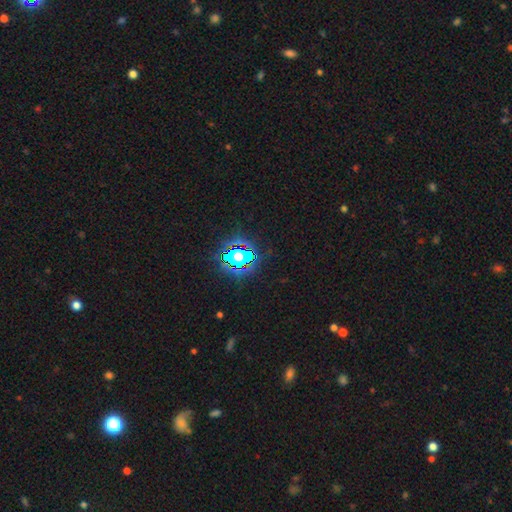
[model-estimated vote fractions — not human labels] Overall: star or artifact (82%).